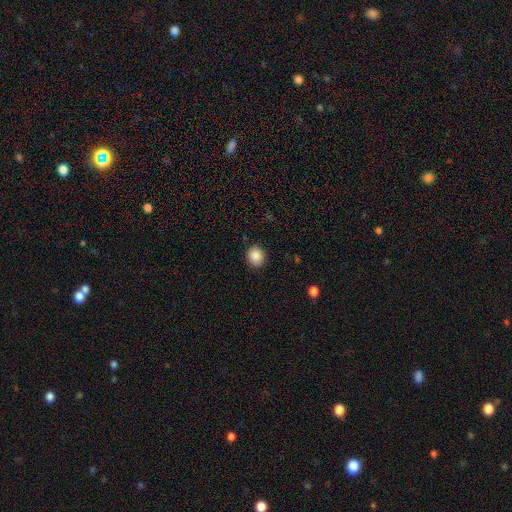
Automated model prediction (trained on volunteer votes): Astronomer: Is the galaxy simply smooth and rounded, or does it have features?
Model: smooth — 88%.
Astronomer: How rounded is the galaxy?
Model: round — 80%.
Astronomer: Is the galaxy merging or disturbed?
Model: none — 91%.